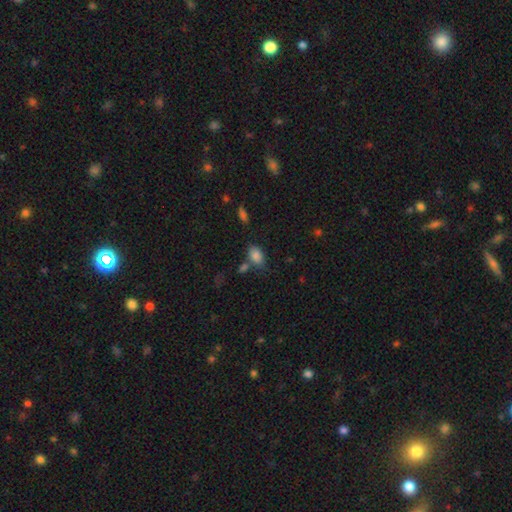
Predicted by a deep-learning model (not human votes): The model was most divided on "merging": none: 64%, minor disturbance: 16%, merger: 15%, major disturbance: 5%. More confident: how rounded — in between (87%); smooth or featured — smooth (85%).